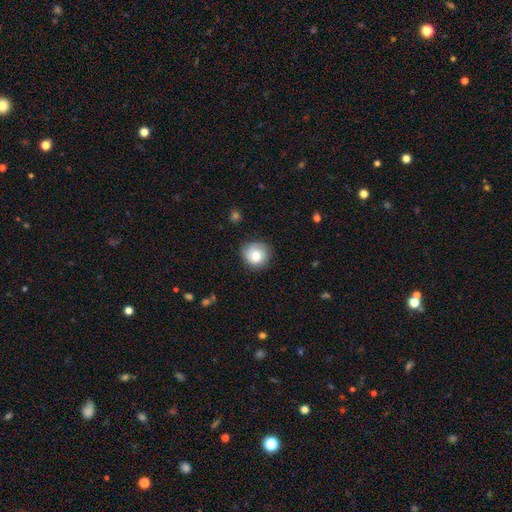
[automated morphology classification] Smooth or featured? Predicted: smooth (p=0.79). How rounded? Predicted: round (p=0.91). Merging? Predicted: none (p=0.81).